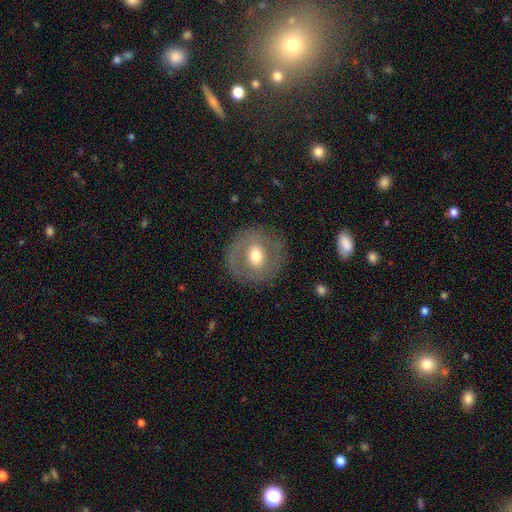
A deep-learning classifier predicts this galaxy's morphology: Q: Smooth or featured?
A: featured or disk (48%); runner-up: smooth (44%)
Q: Merging?
A: none (81%); runner-up: minor disturbance (11%)